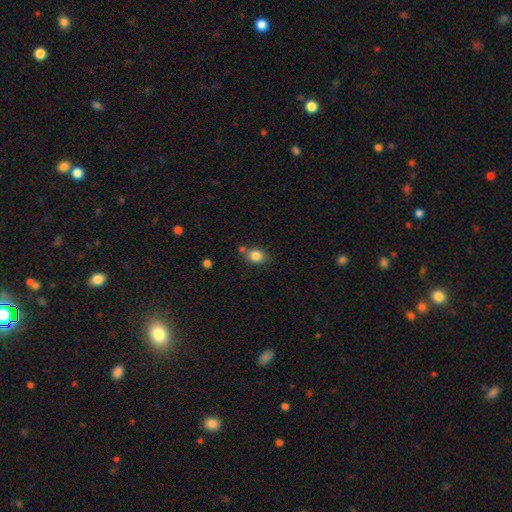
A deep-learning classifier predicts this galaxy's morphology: Smooth or featured: smooth — 84% (star or artifact — 10%)
How rounded: in between — 52% (round — 46%)
Merging: none — 67% (minor disturbance — 16%)